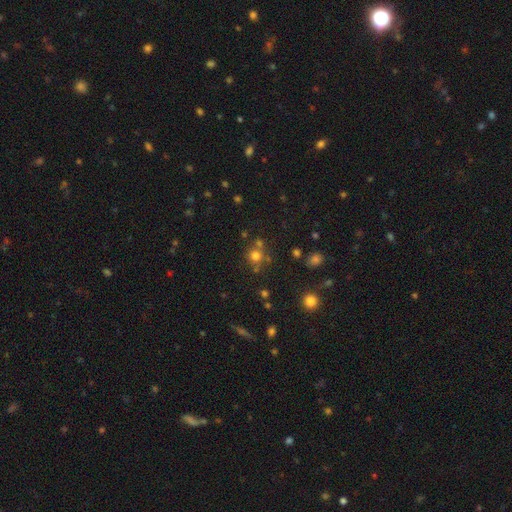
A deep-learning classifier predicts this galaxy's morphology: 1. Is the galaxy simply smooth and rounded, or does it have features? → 70% smooth, 20% star or artifact, 9% featured or disk.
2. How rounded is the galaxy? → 89% round, 10% in between, 1% cigar-shaped.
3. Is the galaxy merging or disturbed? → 66% none, 20% merger, 10% minor disturbance, 4% major disturbance.